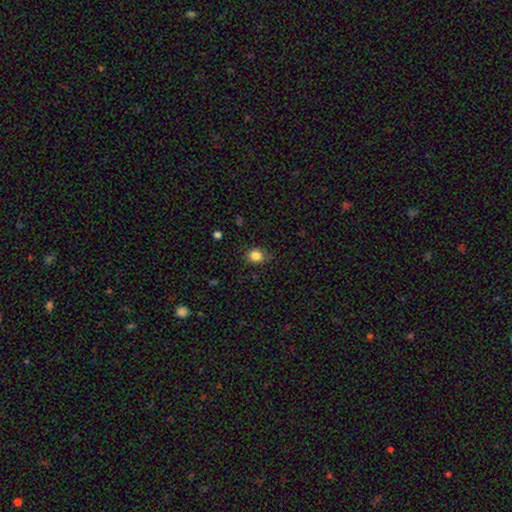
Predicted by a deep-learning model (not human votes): Morphology: type=smooth (85%); roundness=round (67%); merging=none (80%).